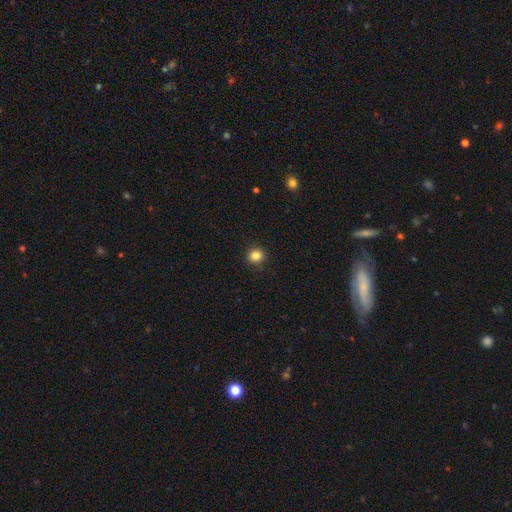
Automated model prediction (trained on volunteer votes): Morphology: type=smooth (84%); roundness=round (92%); merging=none (92%).